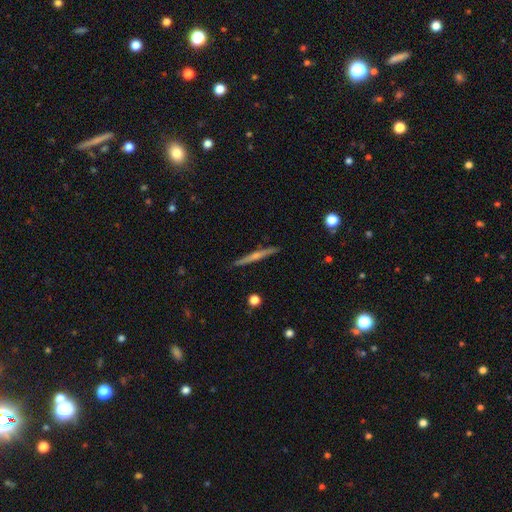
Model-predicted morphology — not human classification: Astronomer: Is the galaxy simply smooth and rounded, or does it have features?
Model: featured or disk — 68%.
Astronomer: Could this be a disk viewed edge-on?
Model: yes — 96%.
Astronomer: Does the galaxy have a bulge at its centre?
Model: rounded — 73%.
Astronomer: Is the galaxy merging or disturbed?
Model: none — 89%.